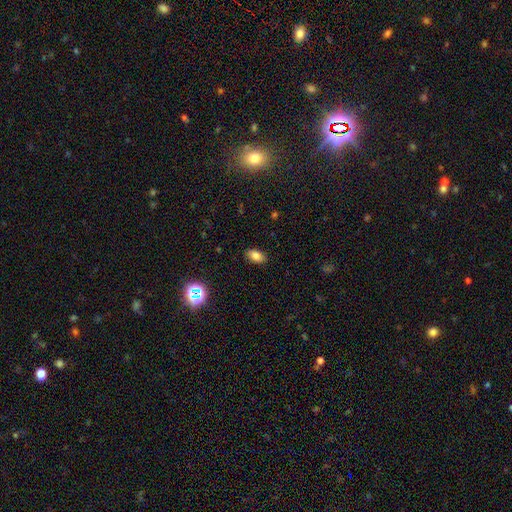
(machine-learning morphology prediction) Smooth or featured: smooth — 80% (star or artifact — 12%)
How rounded: in between — 90% (round — 8%)
Merging: none — 88% (minor disturbance — 9%)